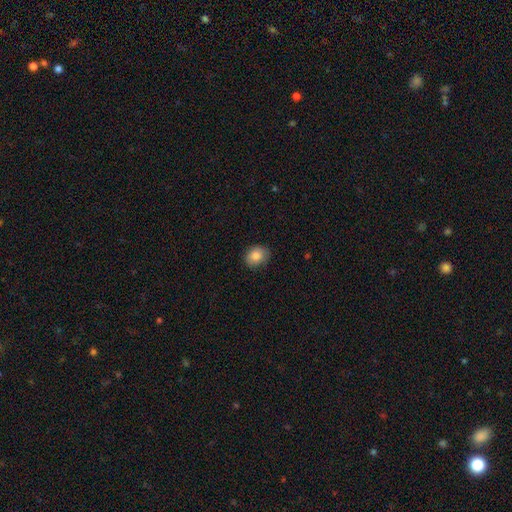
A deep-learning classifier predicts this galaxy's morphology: This is clearly a smooth galaxy (85%). How rounded: possibly in between (56%). Merging: clearly none (80%).